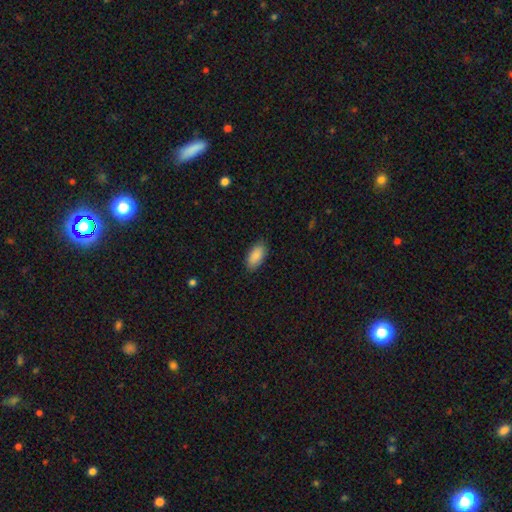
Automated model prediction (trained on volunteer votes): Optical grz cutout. It shows a smooth galaxy with no disk features (89%) that is in between round and cigar-shaped (93%). Merging: none (87%).